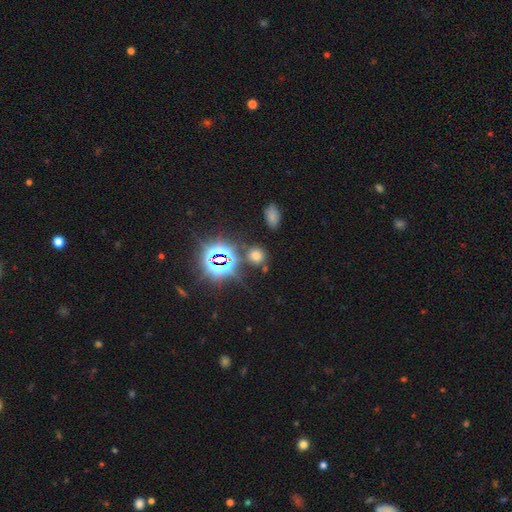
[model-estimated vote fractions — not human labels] Overall: smooth (55%; star or artifact 39%). How rounded: round (78%). Merging: none (77%).